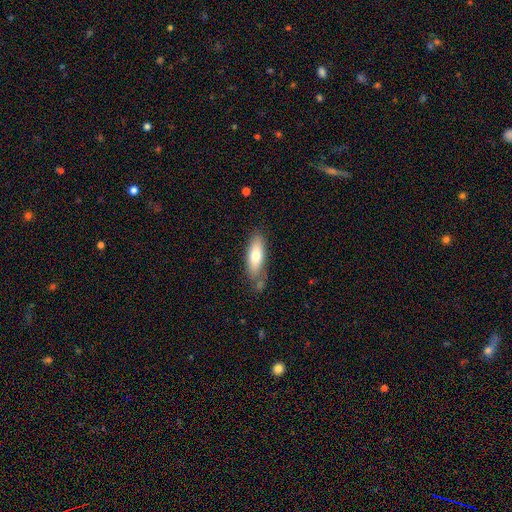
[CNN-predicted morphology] Smooth or featured? smooth (72%)
How rounded? in between (62%)
Merging? none (69%)